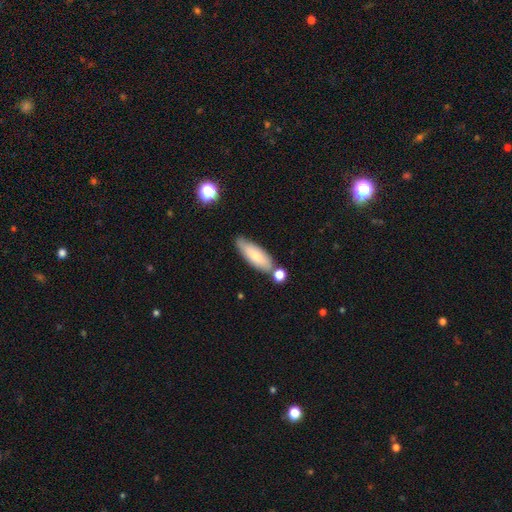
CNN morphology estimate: Smooth or featured: smooth — 72% (featured or disk — 22%)
How rounded: in between — 61% (cigar-shaped — 37%)
Merging: none — 63% (minor disturbance — 18%)